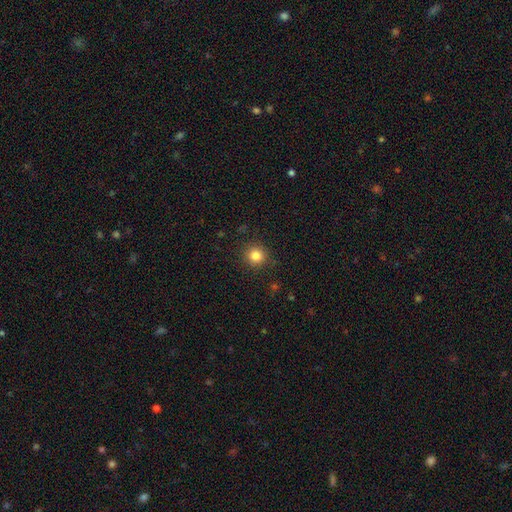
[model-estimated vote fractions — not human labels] smooth 83%, star or artifact 12%, featured or disk 5%. Down the decision tree: how rounded — round (94%); merging — none (90%).